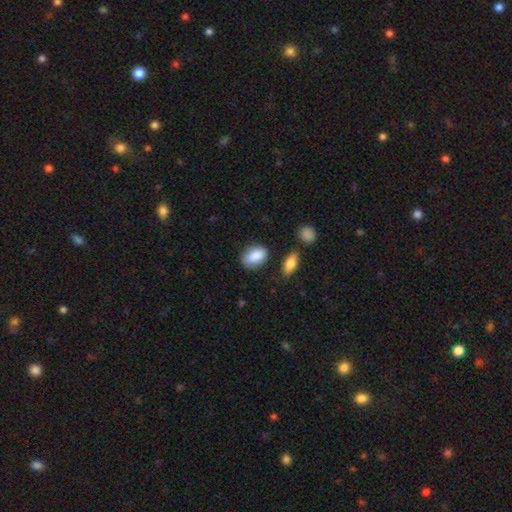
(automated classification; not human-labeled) The model was most divided on "merging": none: 75%, minor disturbance: 18%, major disturbance: 4%, merger: 4%. More confident: how rounded — in between (89%); smooth or featured — smooth (87%).